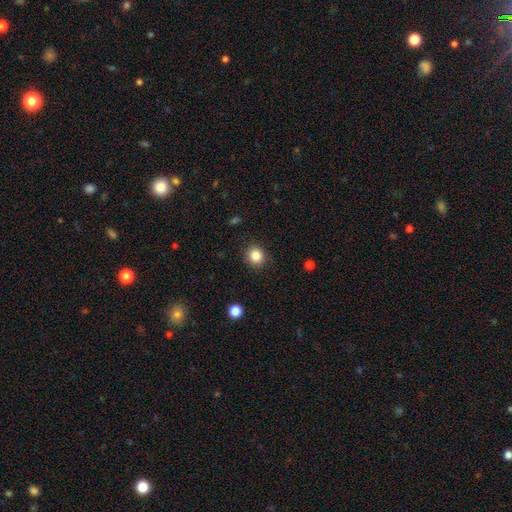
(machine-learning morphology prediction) type=smooth (84%); roundness=round (90%); merging=none (89%).